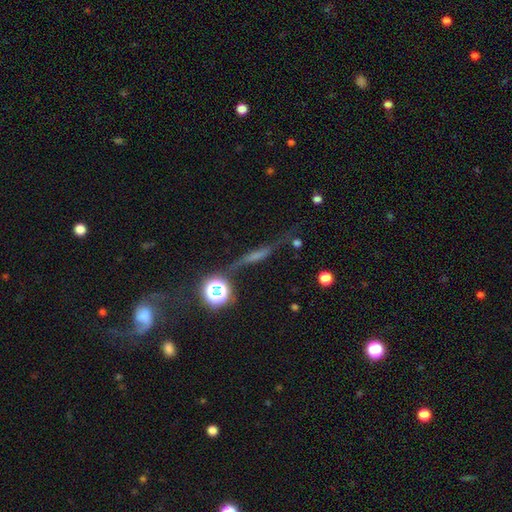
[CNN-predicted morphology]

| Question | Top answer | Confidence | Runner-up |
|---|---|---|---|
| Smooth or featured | featured or disk | 47% | smooth (30%) |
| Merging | none | 63% | minor disturbance (19%) |